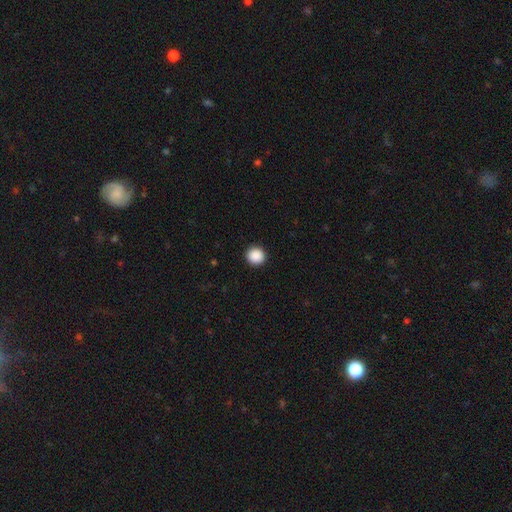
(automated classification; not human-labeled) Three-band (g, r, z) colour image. It shows a smooth galaxy with no disk features (89%) that is round (94%). Merging: none (93%).